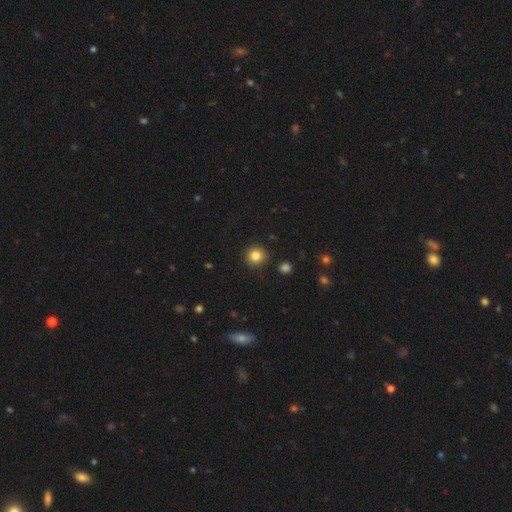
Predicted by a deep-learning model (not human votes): Morphology: type=smooth (84%); roundness=round (94%); merging=none (91%).